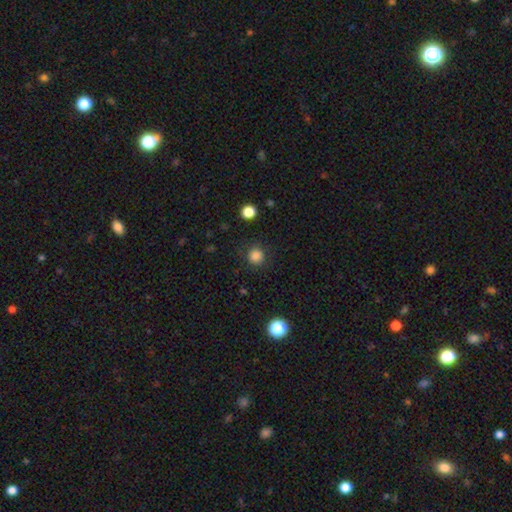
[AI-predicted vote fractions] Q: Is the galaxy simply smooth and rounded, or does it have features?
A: smooth — 84%.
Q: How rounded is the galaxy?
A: round — 92%.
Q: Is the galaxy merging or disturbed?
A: none — 86%.